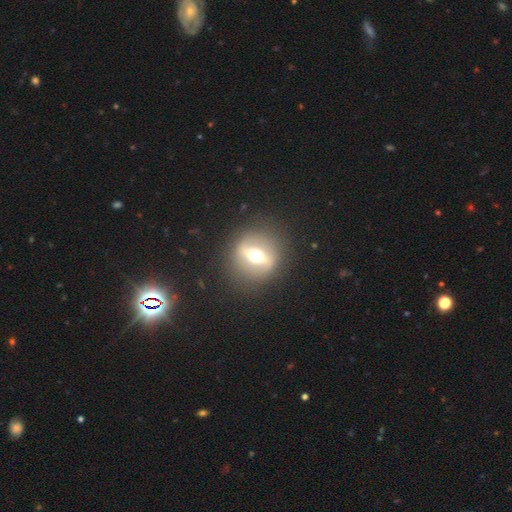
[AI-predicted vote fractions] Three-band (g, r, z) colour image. It shows a featured or disk galaxy (67%). Merging: none (85%).